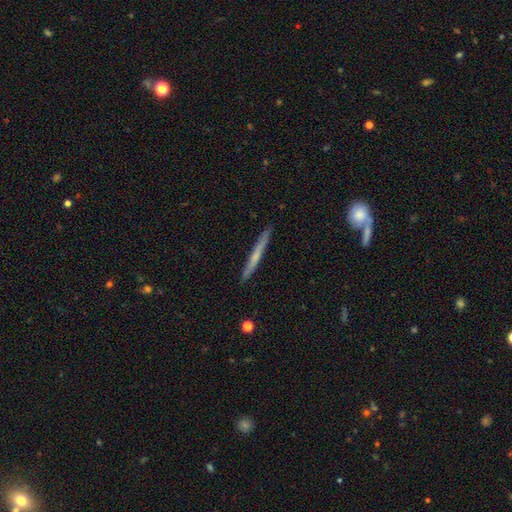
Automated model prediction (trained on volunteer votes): The model was most divided on "smooth or featured": featured or disk: 49%, smooth: 45%, star or artifact: 6%. More confident: merging — none (90%).